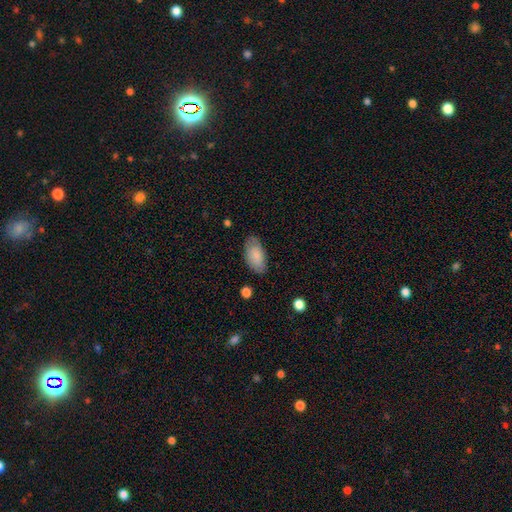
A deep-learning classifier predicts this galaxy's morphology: Overall: smooth (85%). How rounded: in between (94%). Merging: none (78%).